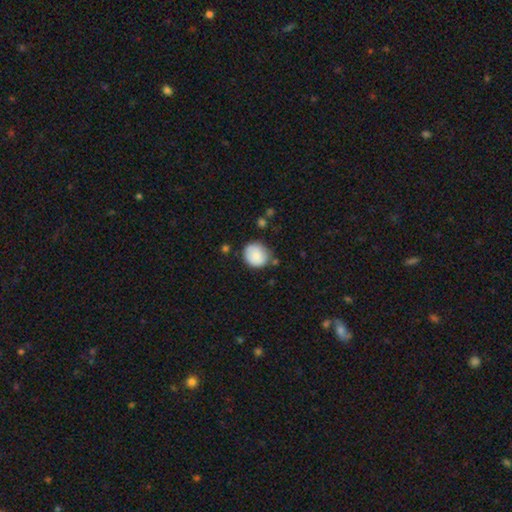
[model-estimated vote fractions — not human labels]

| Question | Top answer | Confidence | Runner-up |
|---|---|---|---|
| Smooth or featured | smooth | 85% | featured or disk (8%) |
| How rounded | round | 78% | in between (21%) |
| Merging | none | 72% | minor disturbance (19%) |